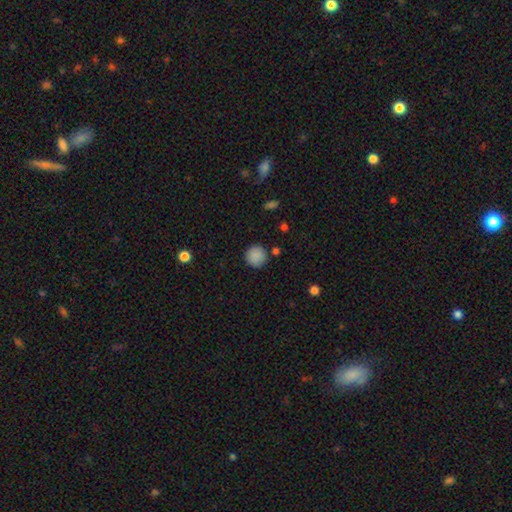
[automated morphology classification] Overall: smooth (87%). How rounded: round (94%). Merging: none (87%).